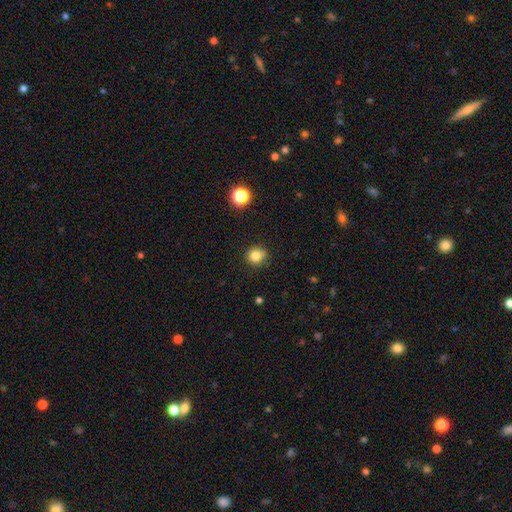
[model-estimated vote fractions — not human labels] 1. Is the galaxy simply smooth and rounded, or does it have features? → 81% smooth, 13% star or artifact, 6% featured or disk.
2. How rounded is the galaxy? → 90% round, 9% in between, 1% cigar-shaped.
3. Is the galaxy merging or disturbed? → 83% none, 12% minor disturbance, 3% merger, 2% major disturbance.